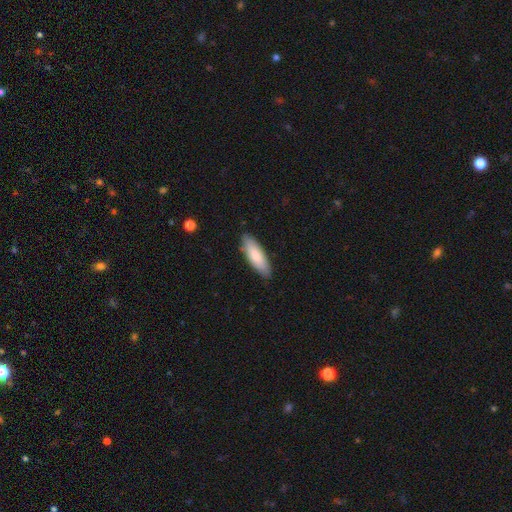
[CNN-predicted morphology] This is likely a smooth galaxy (79%). How rounded: possibly in between (54%). Merging: clearly none (85%).